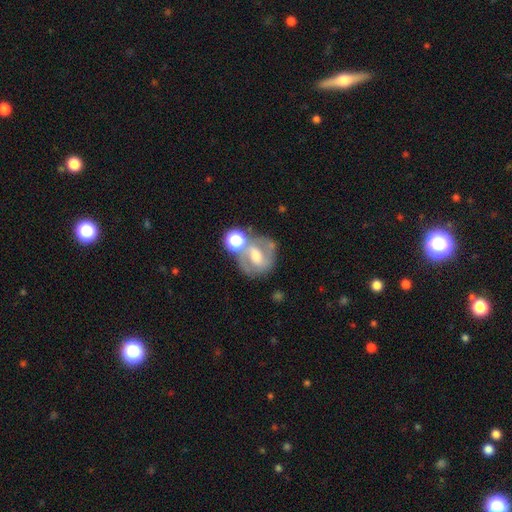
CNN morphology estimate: type=featured or disk (66%); edge-on=no (96%); bar=weak (44%); spiral arms=yes (75%); bulge=moderate (60%); merging=none (55%).